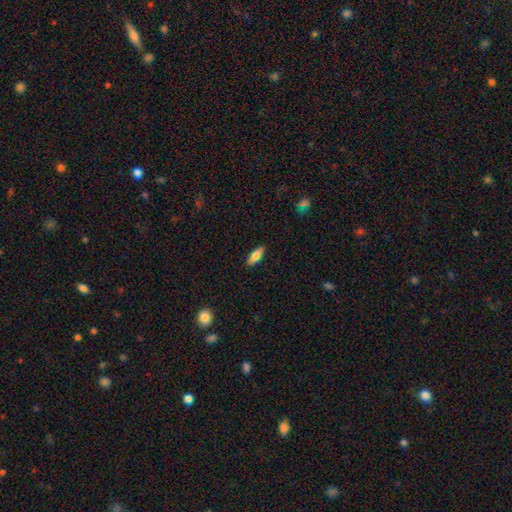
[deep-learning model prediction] Morphology: type=smooth (76%); roundness=in between (74%); merging=none (89%).